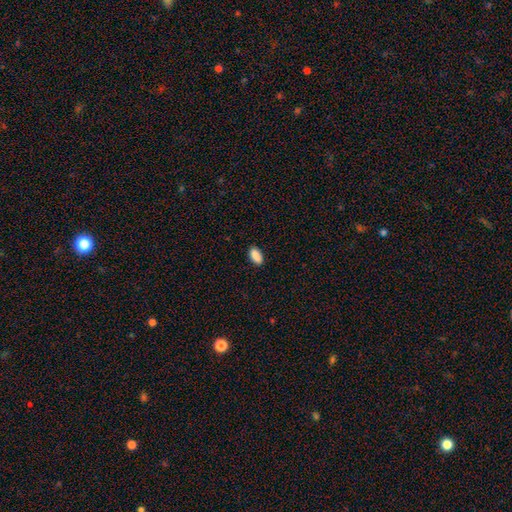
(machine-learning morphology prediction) Smooth or featured: smooth — 90% (star or artifact — 7%)
How rounded: in between — 92% (cigar-shaped — 5%)
Merging: none — 88% (minor disturbance — 9%)